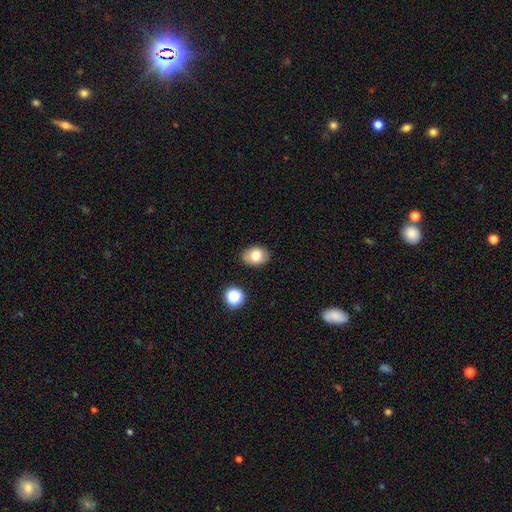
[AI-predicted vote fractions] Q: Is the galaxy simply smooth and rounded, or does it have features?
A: smooth — 78%.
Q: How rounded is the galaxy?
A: in between — 62%.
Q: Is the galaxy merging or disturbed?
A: none — 84%.